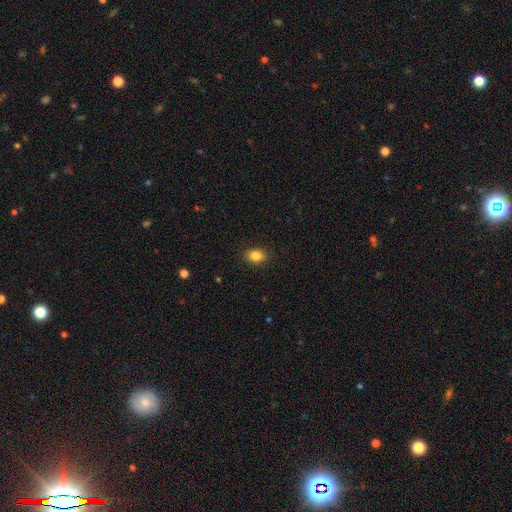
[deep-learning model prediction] Overall: smooth (85%). How rounded: in between (72%). Merging: none (89%).